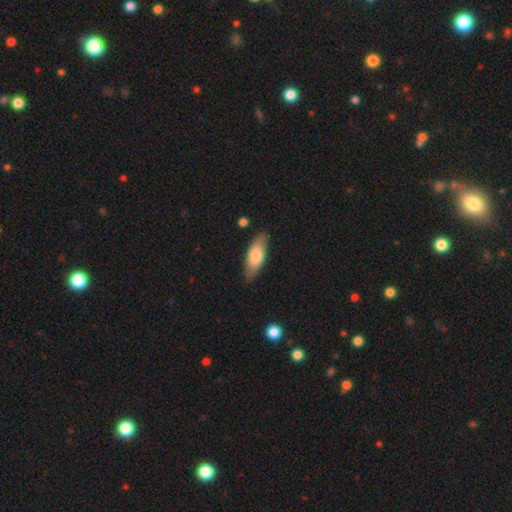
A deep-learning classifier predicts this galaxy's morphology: smooth_or_featured: smooth (p=0.74) [alt: featured or disk p=0.21]
how_rounded: in between (p=0.73) [alt: cigar-shaped p=0.25]
merging: none (p=0.83) [alt: minor disturbance p=0.13]